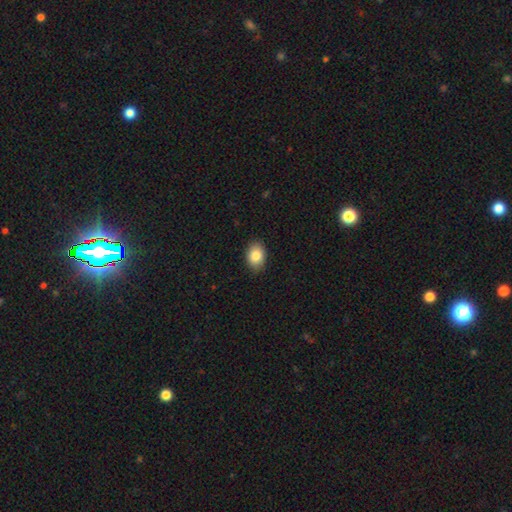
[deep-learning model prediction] This appears to be a smooth galaxy with no disk features (85%) that is in between round and cigar-shaped (81%). Merging: none (88%).